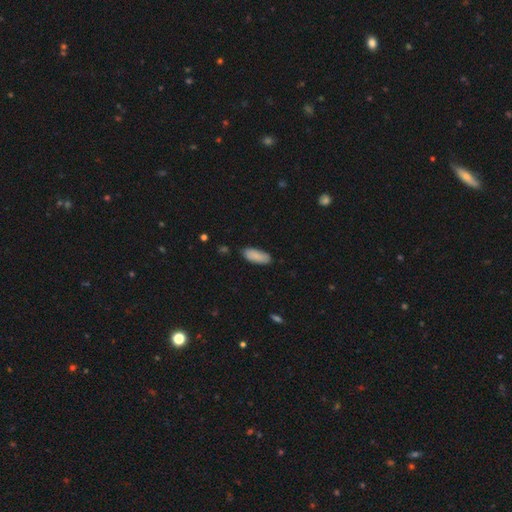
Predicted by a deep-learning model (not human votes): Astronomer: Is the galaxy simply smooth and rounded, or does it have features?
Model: smooth — 88%.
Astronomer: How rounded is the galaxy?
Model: in between — 78%.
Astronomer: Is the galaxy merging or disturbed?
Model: none — 82%.